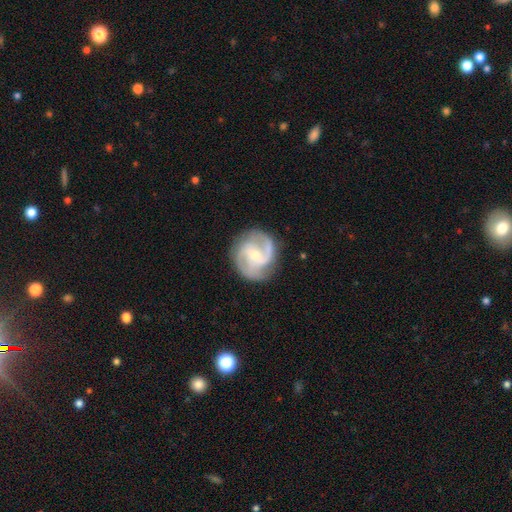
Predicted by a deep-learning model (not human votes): featured or disk 88%, smooth 7%, star or artifact 4%. Down the decision tree: edge-on disk — no (98%); bar — weak (50%); spiral arms — yes (97%); spiral arm count — 2 (57%); spiral winding — medium (55%); bulge size — small (57%); merging — none (80%).